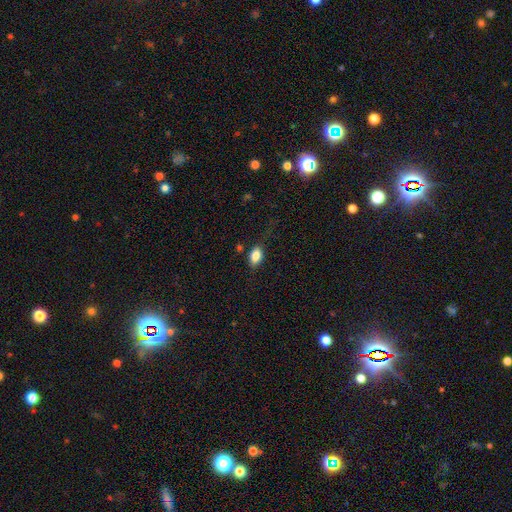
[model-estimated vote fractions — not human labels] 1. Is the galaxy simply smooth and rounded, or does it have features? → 85% smooth, 8% star or artifact, 7% featured or disk.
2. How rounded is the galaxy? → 88% in between, 10% round, 2% cigar-shaped.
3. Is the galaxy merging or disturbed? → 77% none, 15% minor disturbance, 5% major disturbance, 3% merger.